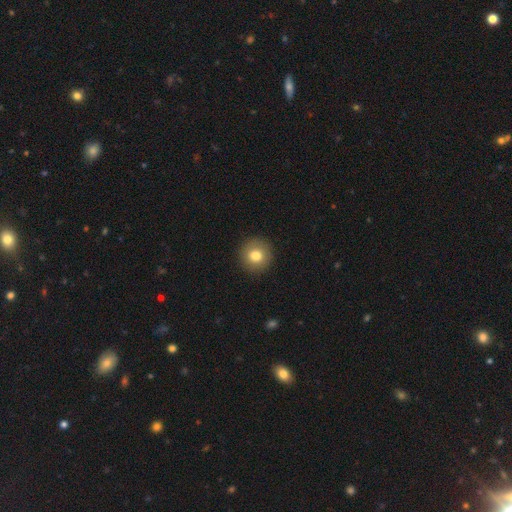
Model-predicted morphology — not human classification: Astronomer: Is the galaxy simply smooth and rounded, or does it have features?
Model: smooth — 80%.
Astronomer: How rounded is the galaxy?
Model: round — 94%.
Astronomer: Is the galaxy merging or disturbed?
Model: none — 92%.